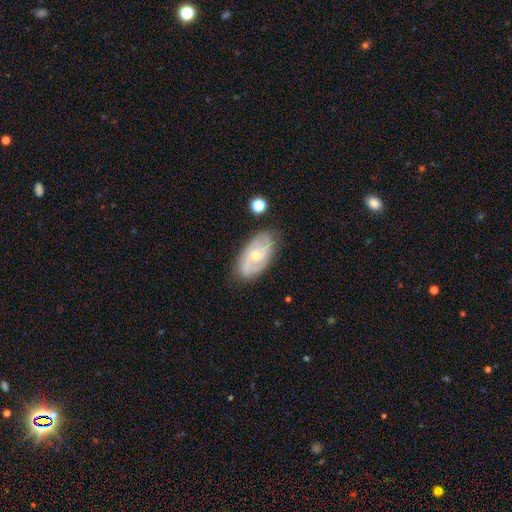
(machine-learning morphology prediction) Smooth or featured? Predicted: featured or disk (p=0.79). Edge-on disk? Predicted: no (p=0.95). Bar? Predicted: no (p=0.59). Spiral arms? Predicted: yes (p=0.93). Spiral winding? Predicted: medium (p=0.45). Spiral arm count? Predicted: 2 (p=0.62). Bulge size? Predicted: small (p=0.59). Merging? Predicted: none (p=0.79).